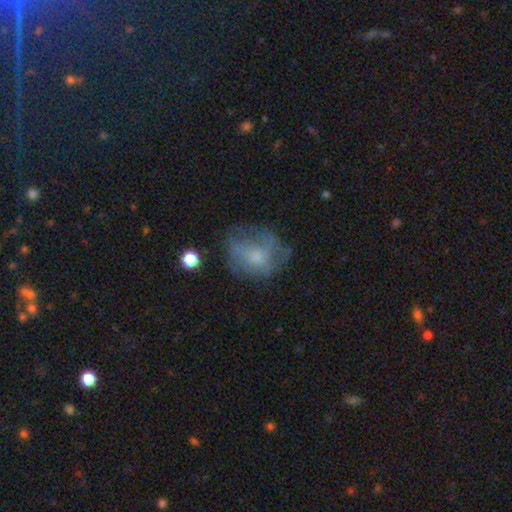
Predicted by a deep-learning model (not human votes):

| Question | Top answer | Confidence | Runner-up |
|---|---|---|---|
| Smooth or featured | smooth | 48% | featured or disk (41%) |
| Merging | none | 53% | minor disturbance (24%) |